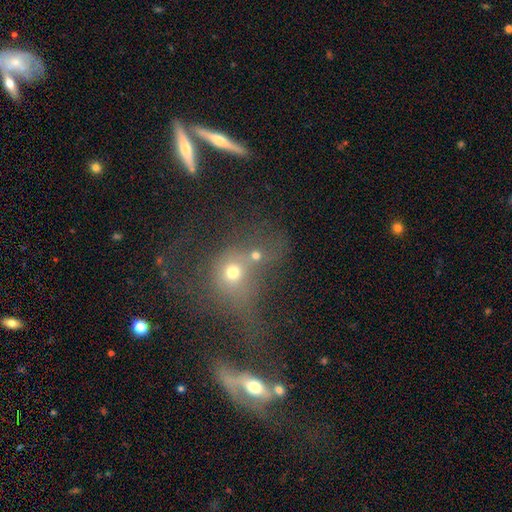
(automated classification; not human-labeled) smooth 59%, star or artifact 24%, featured or disk 17%. Down the decision tree: how rounded — round (75%); merging — merger (57%).